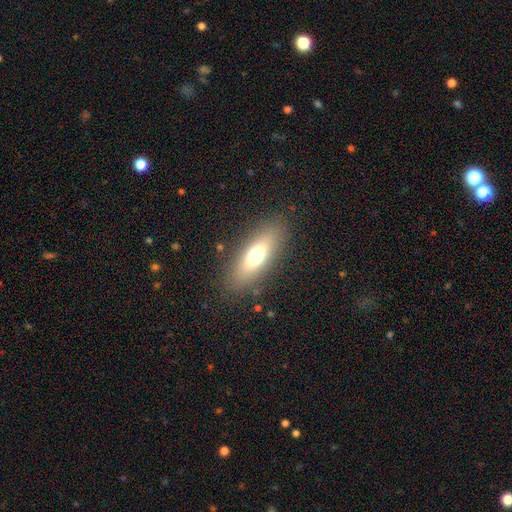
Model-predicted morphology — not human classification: Smooth or featured: smooth — 65% (featured or disk — 25%)
How rounded: in between — 62% (cigar-shaped — 34%)
Merging: none — 85% (minor disturbance — 10%)